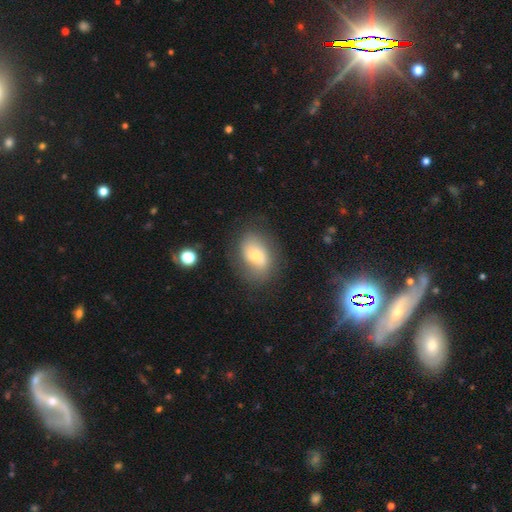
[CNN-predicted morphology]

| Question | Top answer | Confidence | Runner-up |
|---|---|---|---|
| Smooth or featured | smooth | 55% | featured or disk (35%) |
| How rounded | in between | 75% | round (24%) |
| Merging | none | 72% | minor disturbance (18%) |